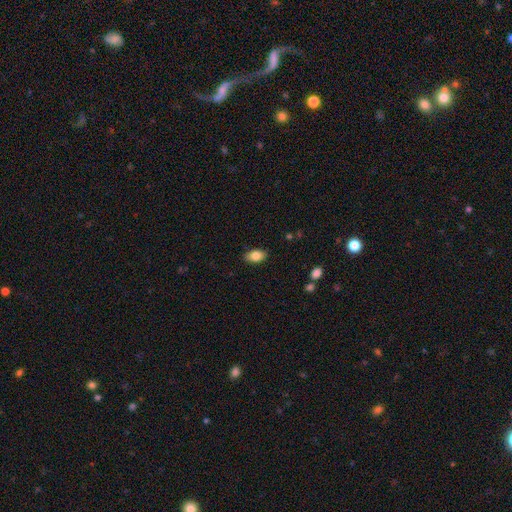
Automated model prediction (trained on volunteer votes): This appears to be a smooth galaxy with no disk features (84%) that is in between round and cigar-shaped (90%). Merging: none (86%).